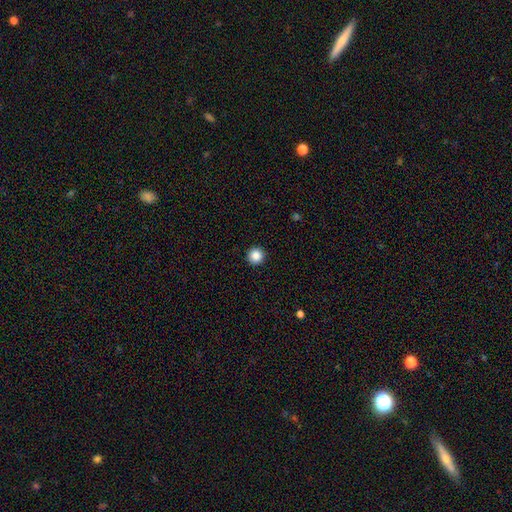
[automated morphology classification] Overall: smooth (86%). How rounded: round (95%). Merging: none (94%).